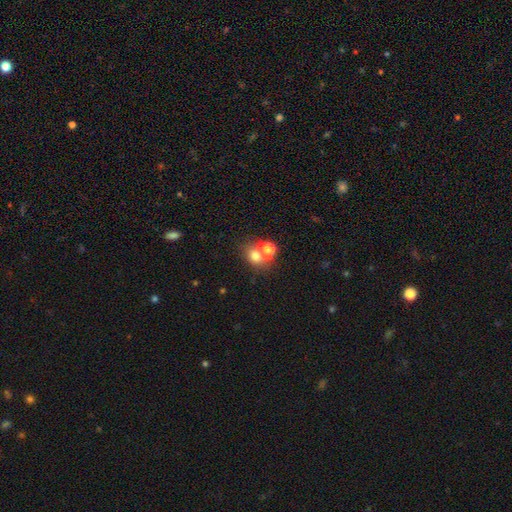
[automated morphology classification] smooth_or_featured: smooth (p=0.73) [alt: star or artifact p=0.15]
how_rounded: round (p=0.64) [alt: in between p=0.35]
merging: merger (p=0.46) [alt: none p=0.43]